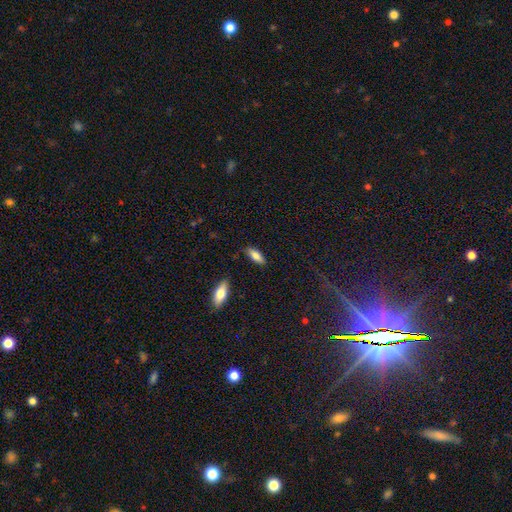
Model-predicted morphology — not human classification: The model was most divided on "how rounded": in between: 70%, cigar-shaped: 28%, round: 2%. More confident: merging — none (83%); smooth or featured — smooth (79%).